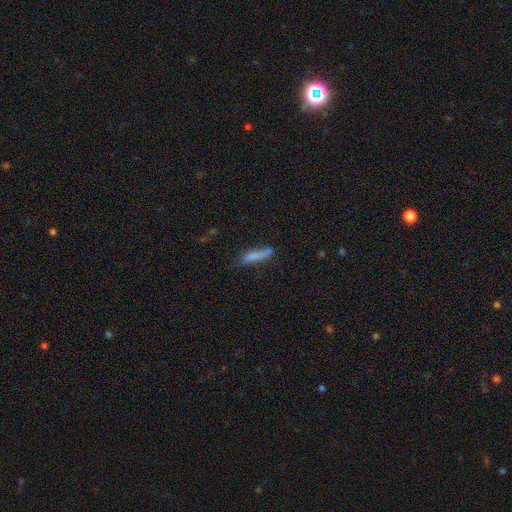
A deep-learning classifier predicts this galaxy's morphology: smooth 77%, featured or disk 15%, star or artifact 8%. Down the decision tree: how rounded — cigar-shaped (84%); merging — none (63%).